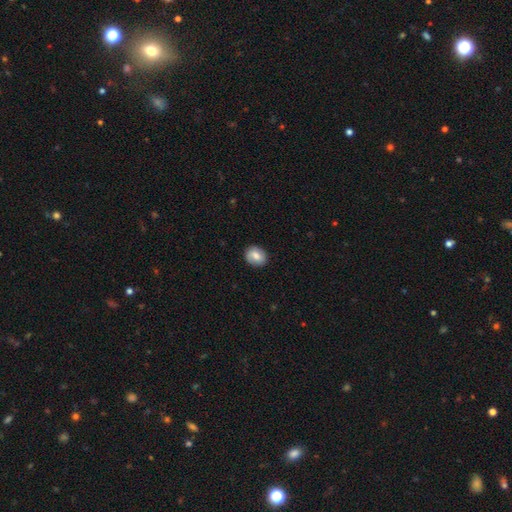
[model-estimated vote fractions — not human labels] smooth_or_featured: smooth (p=0.72) [alt: featured or disk p=0.20]
how_rounded: round (p=0.57) [alt: in between p=0.42]
merging: none (p=0.86) [alt: minor disturbance p=0.11]